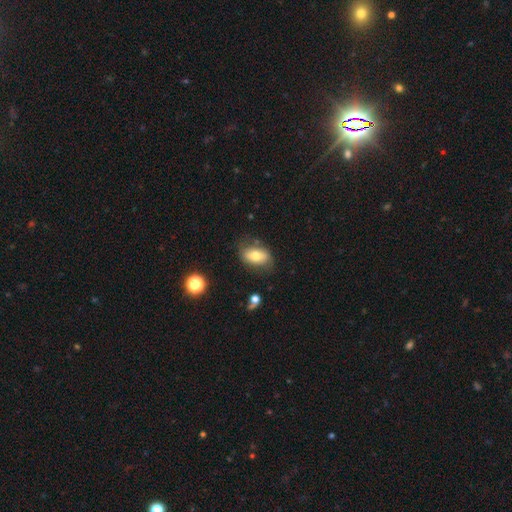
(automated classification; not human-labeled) A smooth galaxy with no disk features (69%) that is in between round and cigar-shaped (88%). Merging: none (70%).